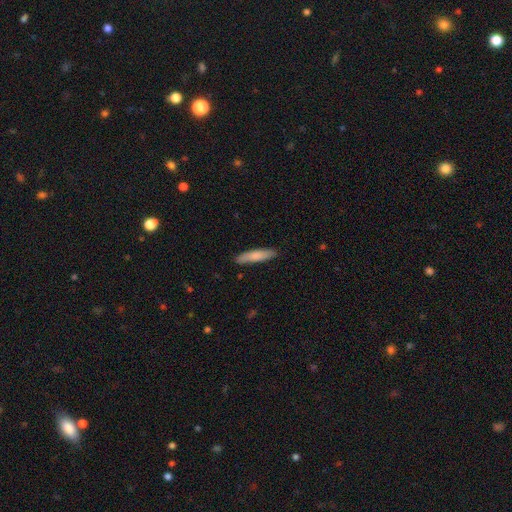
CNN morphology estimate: A smooth galaxy with no disk features (80%) that is cigar-shaped (82%). Merging: none (88%).